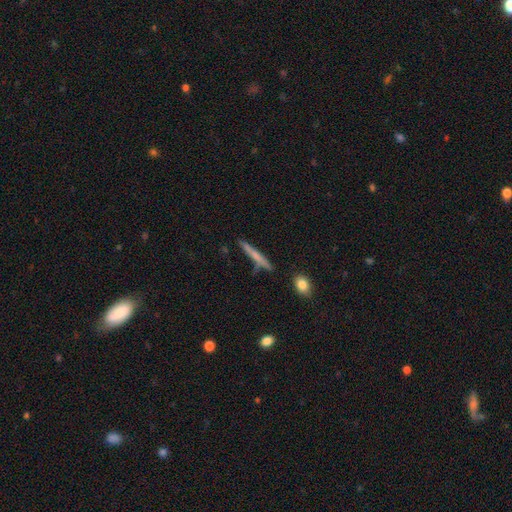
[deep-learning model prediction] A smooth galaxy with no disk features (54%) that is cigar-shaped (95%).

Vote fractions:
- Smooth or featured? smooth: 54% / featured or disk: 38% / star or artifact: 7%
- How rounded? cigar-shaped: 95% / in between: 4% / round: 2%
- Merging? none: 79% / minor disturbance: 13% / merger: 4% / major disturbance: 3%